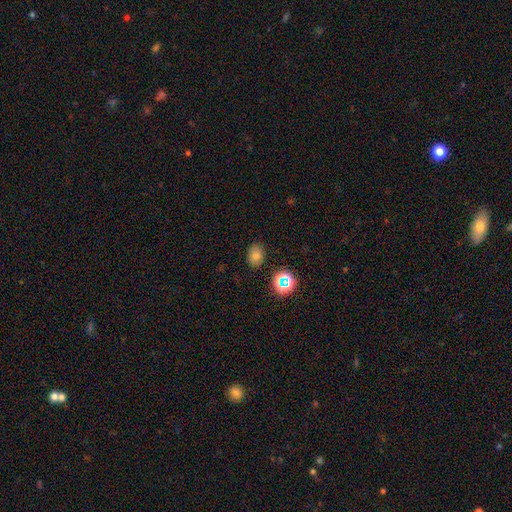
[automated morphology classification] A smooth galaxy with no disk features (72%) that is in between round and cigar-shaped (66%). Merging: none (83%).